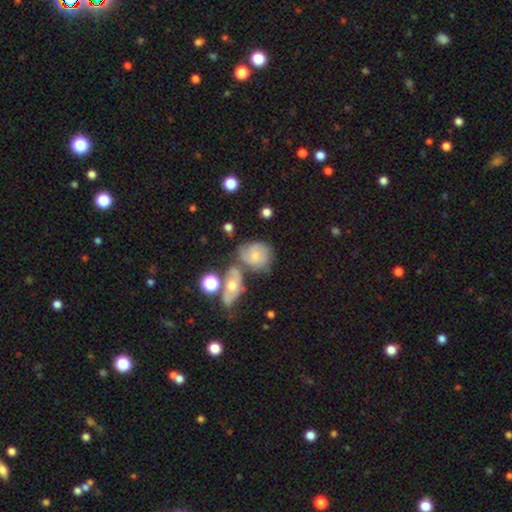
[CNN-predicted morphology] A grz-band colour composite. It shows a smooth galaxy with no disk features (54%) that is round (63%). Merging: none (41%).